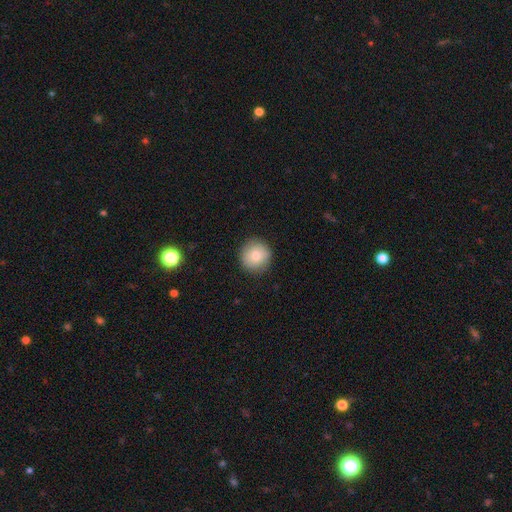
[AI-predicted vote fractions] Smooth or featured? smooth (81%)
How rounded? round (93%)
Merging? none (89%)